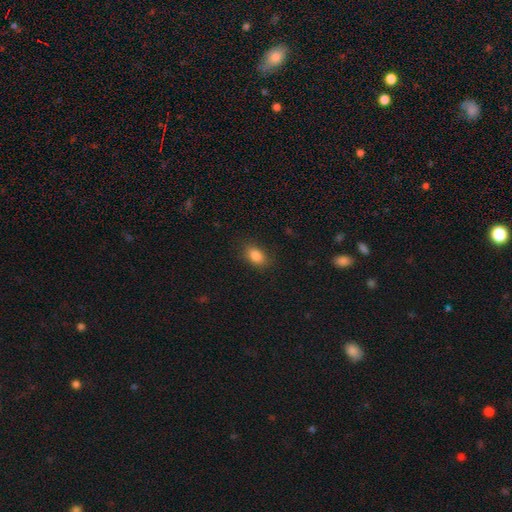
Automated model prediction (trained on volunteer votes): Q: Smooth or featured?
A: smooth (86%); runner-up: star or artifact (9%)
Q: How rounded?
A: in between (85%); runner-up: round (13%)
Q: Merging?
A: none (85%); runner-up: minor disturbance (11%)